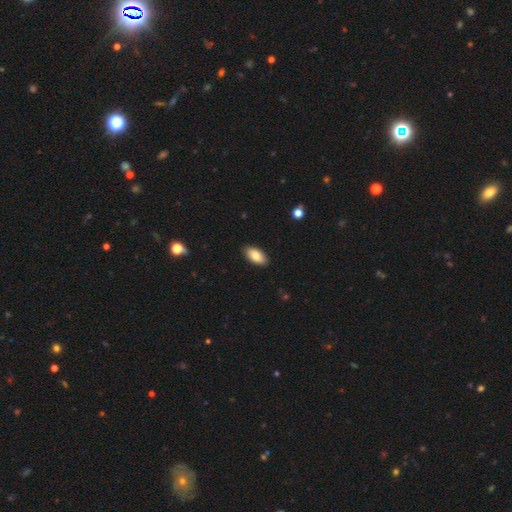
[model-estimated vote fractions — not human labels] Smooth or featured? smooth (83%)
How rounded? in between (94%)
Merging? none (89%)